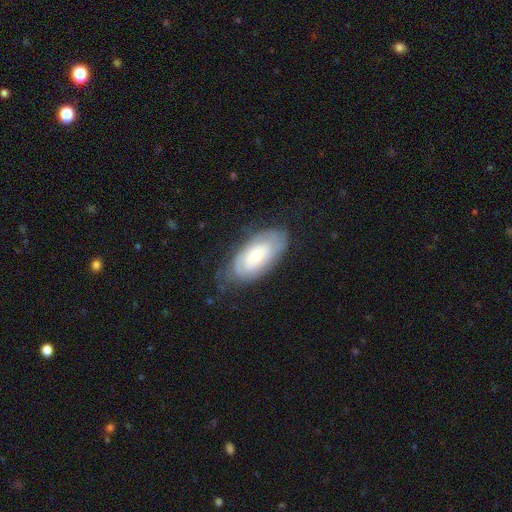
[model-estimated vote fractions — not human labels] Q: Smooth or featured?
A: featured or disk (64%); runner-up: smooth (30%)
Q: Edge-on disk?
A: no (92%); runner-up: yes (8%)
Q: Bar?
A: no (79%); runner-up: weak (17%)
Q: Spiral arms?
A: yes (77%); runner-up: no (23%)
Q: Bulge size?
A: moderate (49%); runner-up: small (43%)
Q: Merging?
A: none (68%); runner-up: minor disturbance (23%)